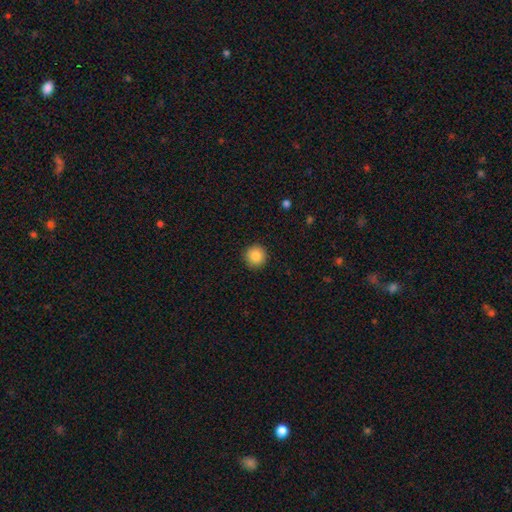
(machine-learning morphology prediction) Smooth or featured? Predicted: smooth (p=0.87). How rounded? Predicted: round (p=0.95). Merging? Predicted: none (p=0.92).